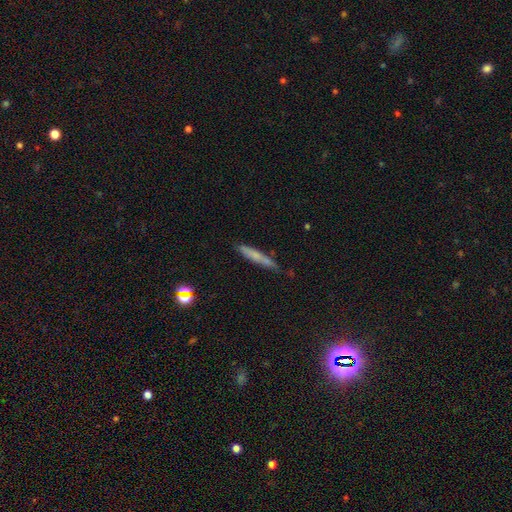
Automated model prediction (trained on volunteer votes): Overall: smooth (58%; featured or disk 33%). How rounded: cigar-shaped (93%). Merging: none (77%).